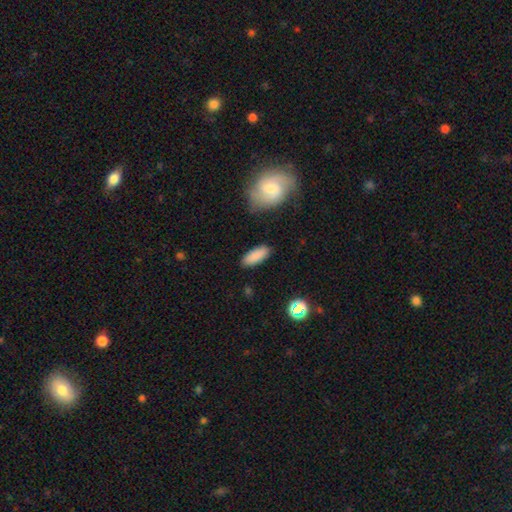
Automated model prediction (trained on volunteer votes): The model was most divided on "how rounded": in between: 75%, cigar-shaped: 23%, round: 2%. More confident: smooth or featured — smooth (87%); merging — none (85%).